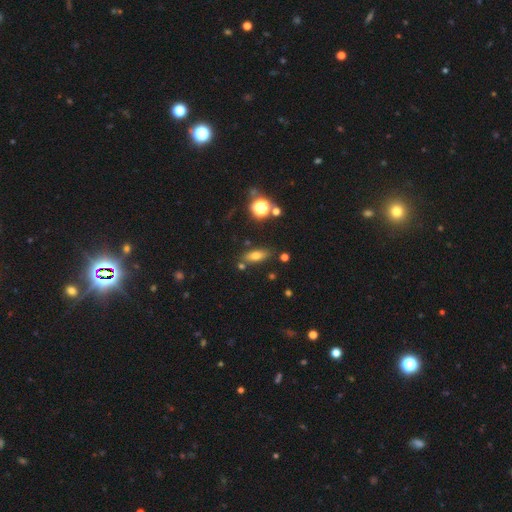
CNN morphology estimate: smooth 68%, featured or disk 18%, star or artifact 14%. Down the decision tree: how rounded — in between (68%); merging — none (78%).